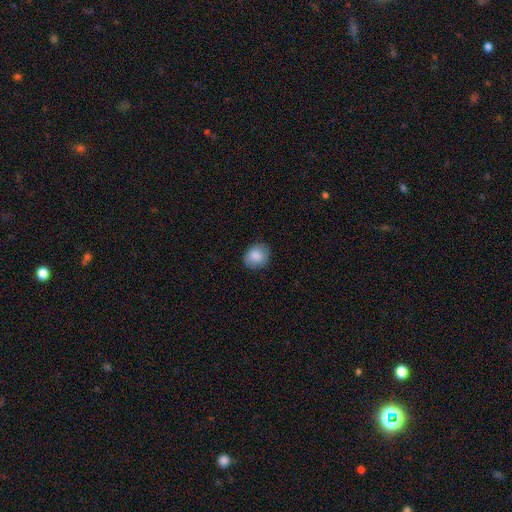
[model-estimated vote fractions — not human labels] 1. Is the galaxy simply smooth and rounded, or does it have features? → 86% smooth, 8% star or artifact, 6% featured or disk.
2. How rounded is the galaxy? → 63% round, 36% in between, 1% cigar-shaped.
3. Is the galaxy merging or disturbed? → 82% none, 14% minor disturbance, 3% major disturbance, 1% merger.